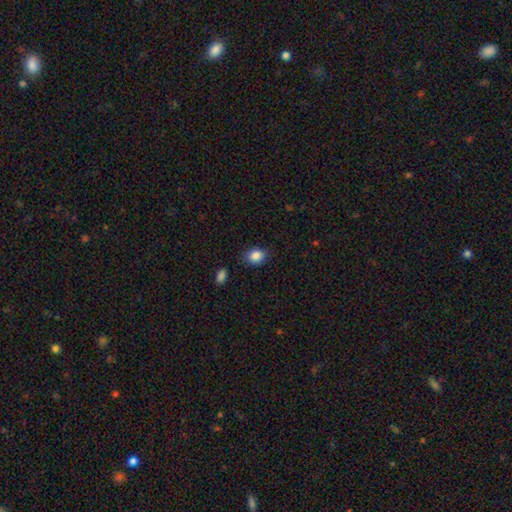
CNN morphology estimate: Smooth or featured? smooth (86%)
How rounded? in between (58%)
Merging? none (82%)